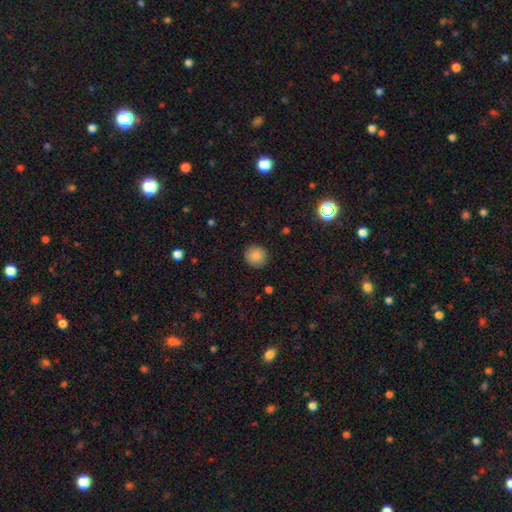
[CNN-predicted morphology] smooth-or-featured: smooth: 86% | star or artifact: 9% | featured or disk: 5%
  how-rounded: round: 92% | in between: 7% | cigar-shaped: 1%
  merging: none: 90% | minor disturbance: 7% | major disturbance: 2% | merger: 1%